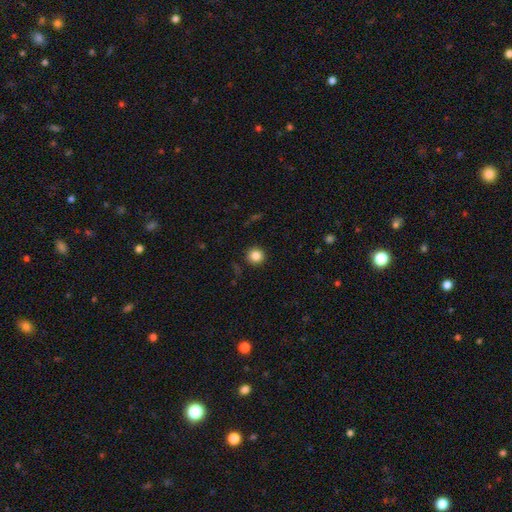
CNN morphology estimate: Overall: smooth (85%). How rounded: round (94%). Merging: none (91%).